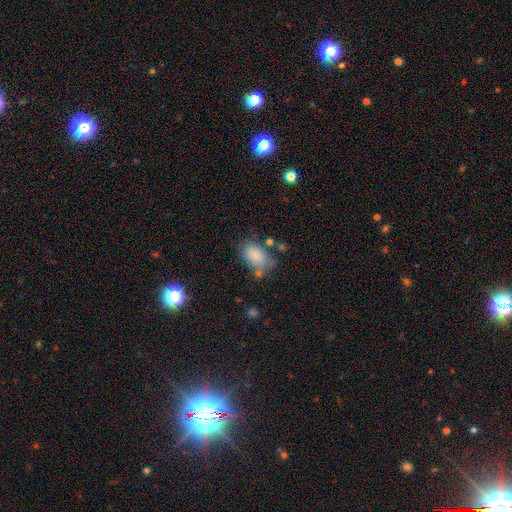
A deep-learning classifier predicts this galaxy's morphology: smooth 84%, star or artifact 8%, featured or disk 8%. Down the decision tree: how rounded — in between (89%); merging — none (59%).